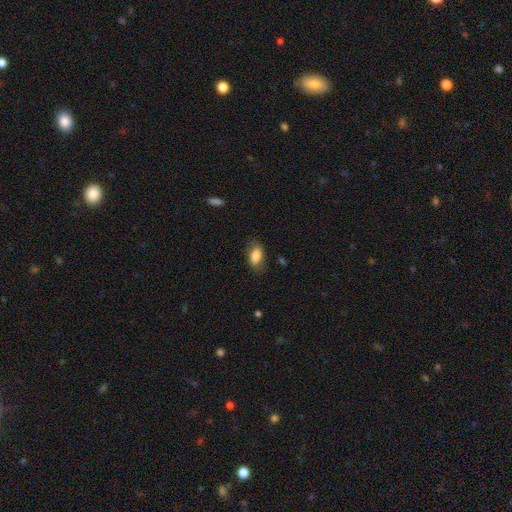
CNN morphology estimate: Smooth or featured? Predicted: smooth (p=0.82). How rounded? Predicted: in between (p=0.90). Merging? Predicted: none (p=0.76).